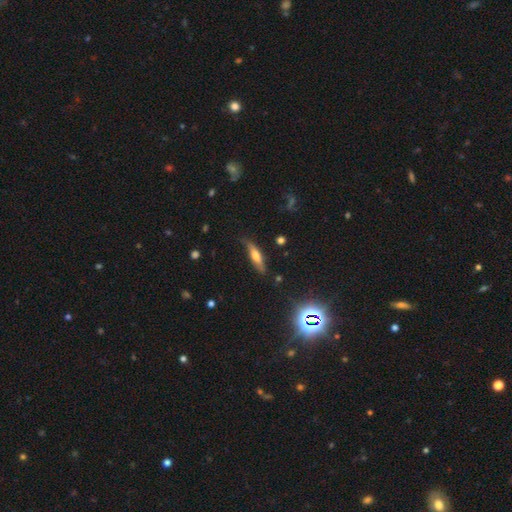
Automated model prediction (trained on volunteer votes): Smooth or featured? Predicted: smooth (p=0.48). Merging? Predicted: none (p=0.74).